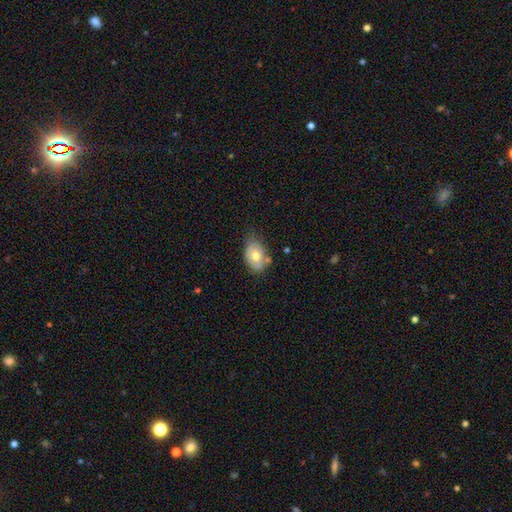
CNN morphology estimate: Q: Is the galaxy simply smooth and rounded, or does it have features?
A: smooth — 61%.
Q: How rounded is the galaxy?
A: in between — 81%.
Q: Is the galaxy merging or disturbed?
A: none — 50%.